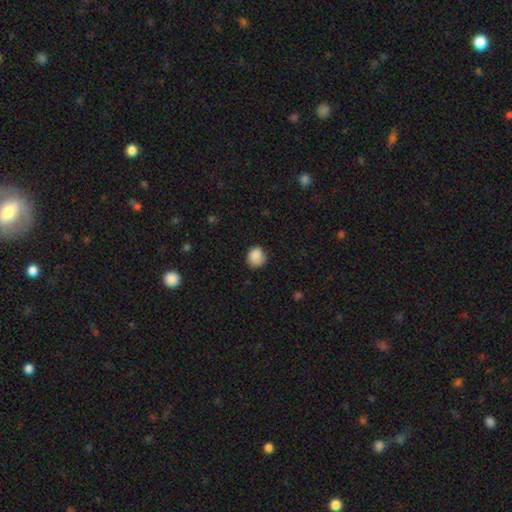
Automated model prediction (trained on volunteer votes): Smooth or featured? Predicted: smooth (p=0.87). How rounded? Predicted: round (p=0.78). Merging? Predicted: none (p=0.73).